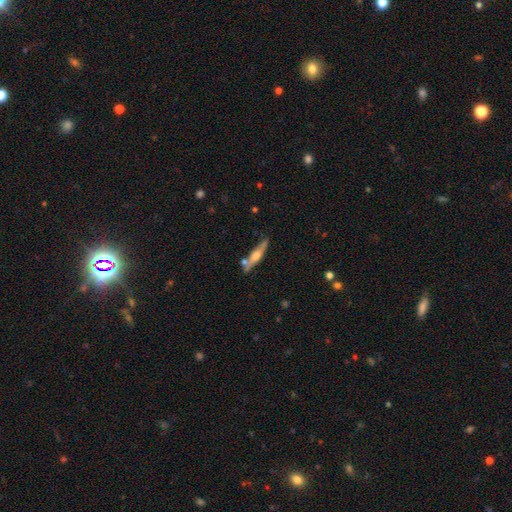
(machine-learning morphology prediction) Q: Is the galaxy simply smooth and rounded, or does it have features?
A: featured or disk — 59%.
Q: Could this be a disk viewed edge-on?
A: yes — 94%.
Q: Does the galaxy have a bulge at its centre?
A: rounded — 85%.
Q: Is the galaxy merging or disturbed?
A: none — 73%.